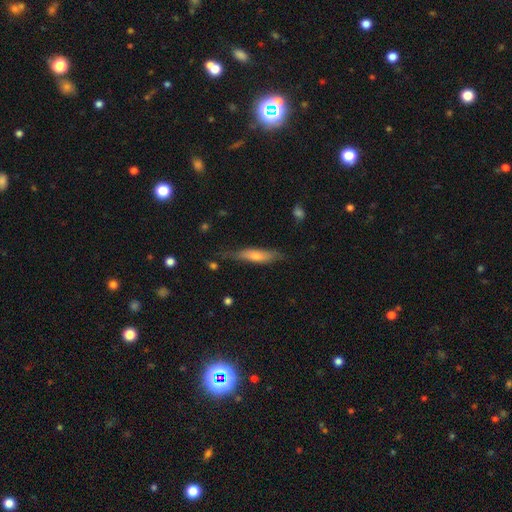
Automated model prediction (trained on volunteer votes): Morphology: type=smooth (53%); roundness=cigar-shaped (77%); merging=none (69%).